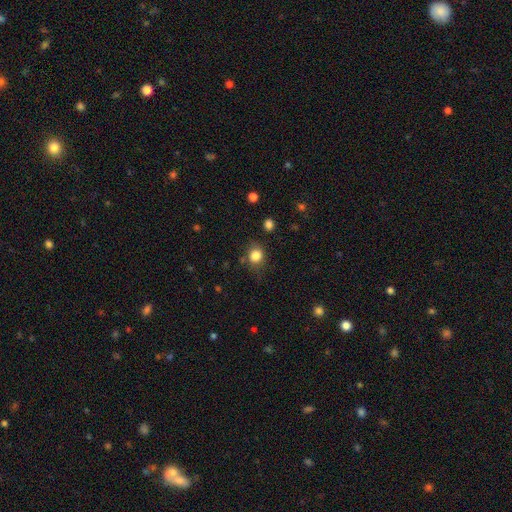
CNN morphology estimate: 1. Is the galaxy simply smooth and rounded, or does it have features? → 83% smooth, 11% star or artifact, 6% featured or disk.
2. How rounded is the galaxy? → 72% round, 27% in between, 1% cigar-shaped.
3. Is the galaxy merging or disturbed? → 74% none, 18% minor disturbance, 5% major disturbance, 3% merger.